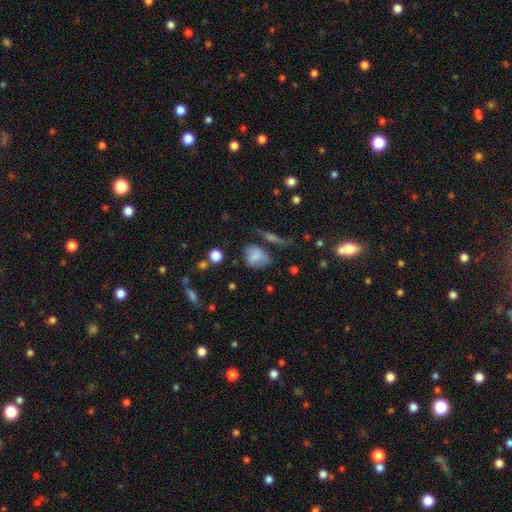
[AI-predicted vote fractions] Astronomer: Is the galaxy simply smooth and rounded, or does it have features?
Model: smooth — 72%.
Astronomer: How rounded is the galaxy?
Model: in between — 58% (runner-up: round, 40%).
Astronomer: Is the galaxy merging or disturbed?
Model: none — 45% (runner-up: minor disturbance, 29%).